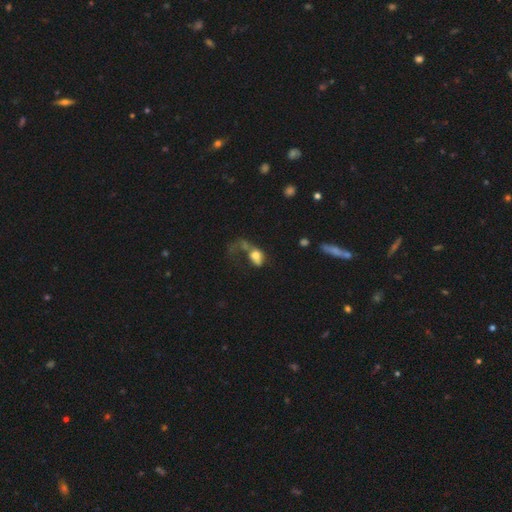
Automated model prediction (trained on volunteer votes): smooth 62%, featured or disk 28%, star or artifact 10%. Down the decision tree: how rounded — in between (67%); merging — major disturbance (57%).